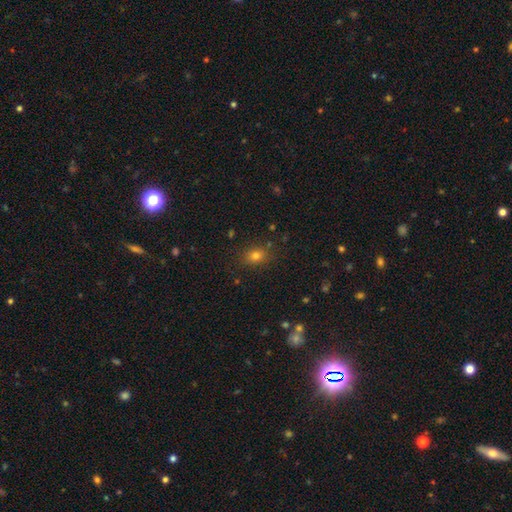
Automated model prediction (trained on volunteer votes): The model was most divided on "how rounded": in between: 58%, round: 41%, cigar-shaped: 1%. More confident: merging — none (83%); smooth or featured — smooth (76%).